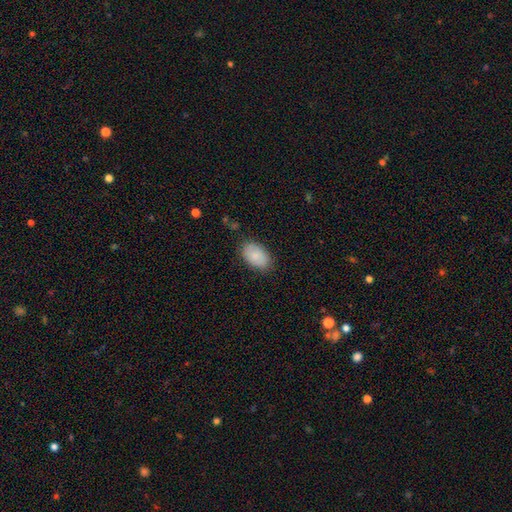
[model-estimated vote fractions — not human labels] Q: Smooth or featured?
A: smooth (85%); runner-up: featured or disk (9%)
Q: How rounded?
A: in between (92%); runner-up: round (7%)
Q: Merging?
A: none (82%); runner-up: minor disturbance (13%)